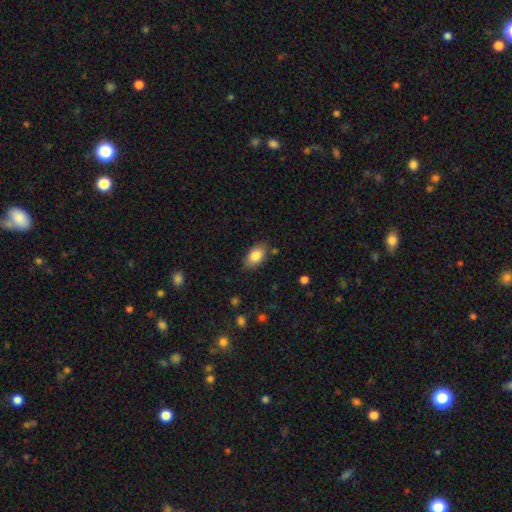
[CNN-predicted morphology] Smooth or featured? Predicted: smooth (p=0.84). How rounded? Predicted: in between (p=0.91). Merging? Predicted: none (p=0.80).